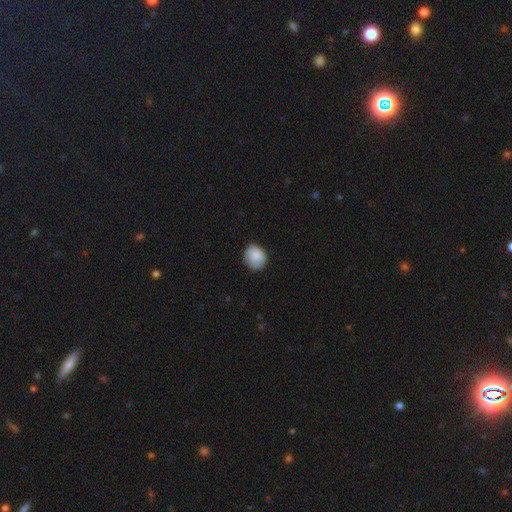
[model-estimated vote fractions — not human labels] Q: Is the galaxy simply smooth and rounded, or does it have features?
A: smooth — 83%.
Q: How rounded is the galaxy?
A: round — 69%.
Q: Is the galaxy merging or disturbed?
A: none — 74%.